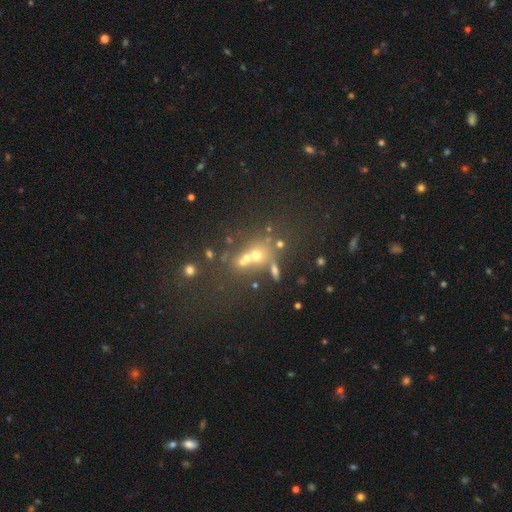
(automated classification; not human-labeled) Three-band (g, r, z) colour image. It shows a smooth galaxy with no disk features (41%). Merging: none (43%).